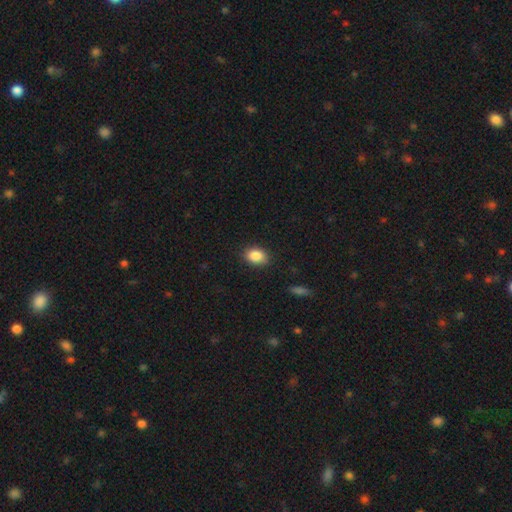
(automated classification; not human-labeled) Q: Smooth or featured?
A: smooth (87%); runner-up: star or artifact (8%)
Q: How rounded?
A: in between (78%); runner-up: round (21%)
Q: Merging?
A: none (86%); runner-up: minor disturbance (11%)